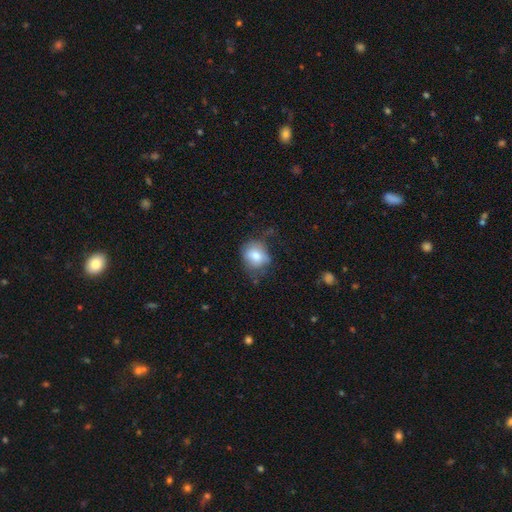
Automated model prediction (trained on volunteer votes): Morphology: type=smooth (76%); roundness=round (65%); merging=none (59%).